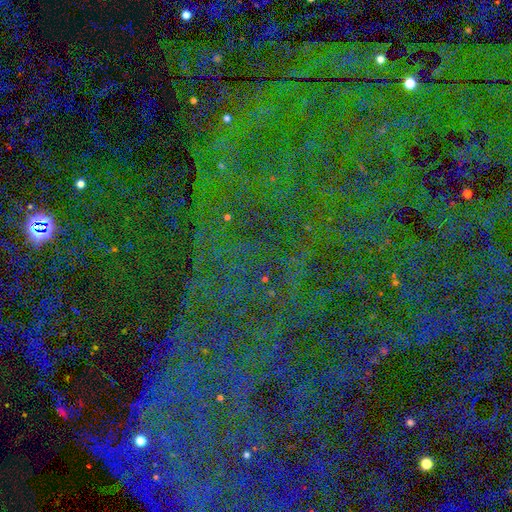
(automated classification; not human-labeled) Smooth or featured?
  - star or artifact: 83% *
  - smooth: 10%
  - featured or disk: 8%